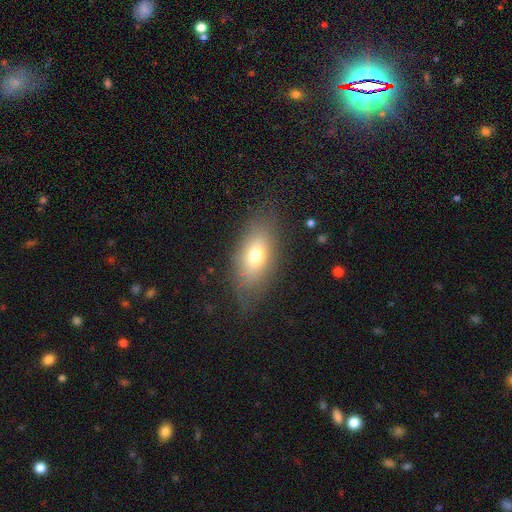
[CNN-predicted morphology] Smooth or featured: smooth — 69% (featured or disk — 21%)
How rounded: in between — 83% (round — 10%)
Merging: none — 73% (minor disturbance — 17%)